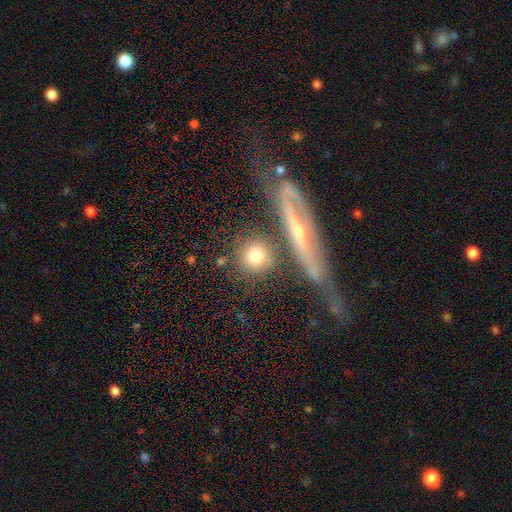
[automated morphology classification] type=smooth (69%); roundness=round (86%); merging=none (76%).